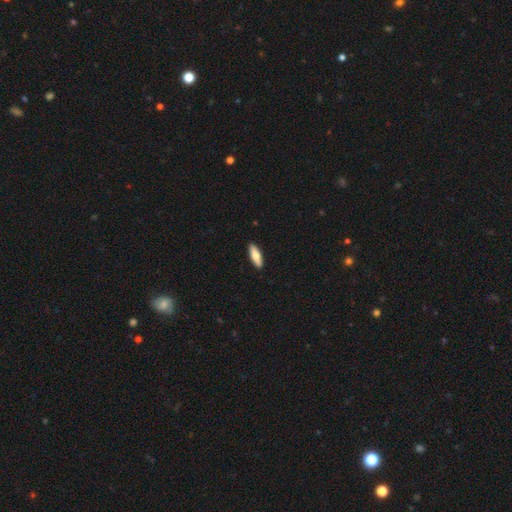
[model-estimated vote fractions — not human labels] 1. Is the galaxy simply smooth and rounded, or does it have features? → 73% smooth, 22% featured or disk, 5% star or artifact.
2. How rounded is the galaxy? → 51% cigar-shaped, 47% in between, 2% round.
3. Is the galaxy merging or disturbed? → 91% none, 7% minor disturbance, 1% major disturbance, 1% merger.